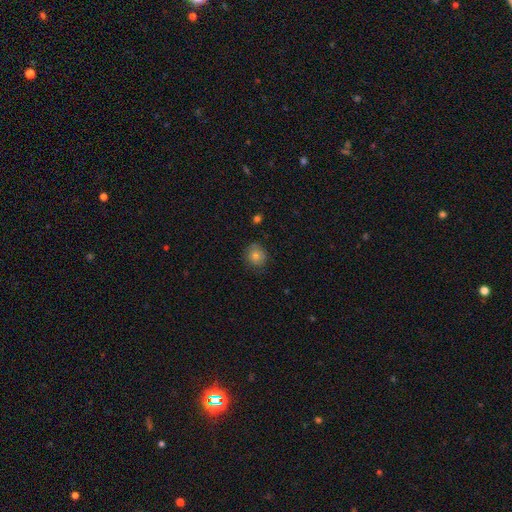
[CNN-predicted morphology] A smooth galaxy with no disk features (77%) that is round (84%).

Vote fractions:
- Smooth or featured? smooth: 77% / featured or disk: 13% / star or artifact: 10%
- How rounded? round: 84% / in between: 15% / cigar-shaped: 1%
- Merging? none: 80% / minor disturbance: 16% / major disturbance: 3% / merger: 1%